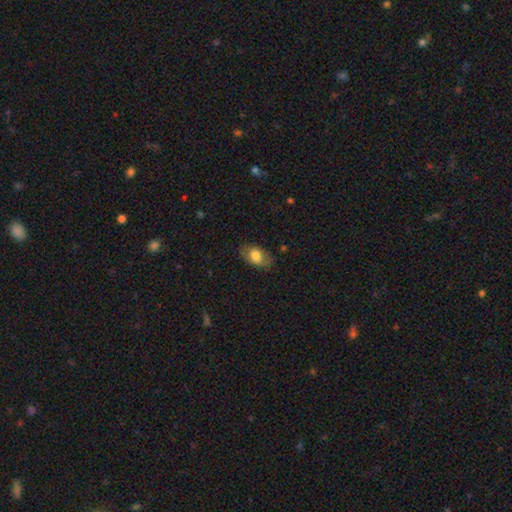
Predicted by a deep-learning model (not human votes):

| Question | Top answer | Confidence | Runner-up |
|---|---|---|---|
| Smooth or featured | smooth | 77% | featured or disk (16%) |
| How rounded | in between | 90% | round (8%) |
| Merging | none | 79% | minor disturbance (16%) |